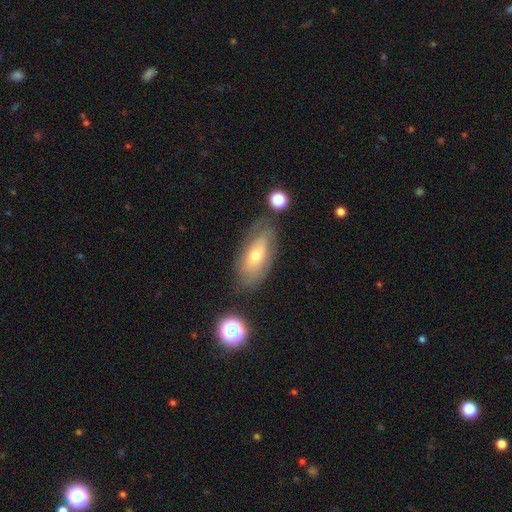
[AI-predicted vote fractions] This is possibly a featured or disk galaxy (46%). Merging: likely none (71%).